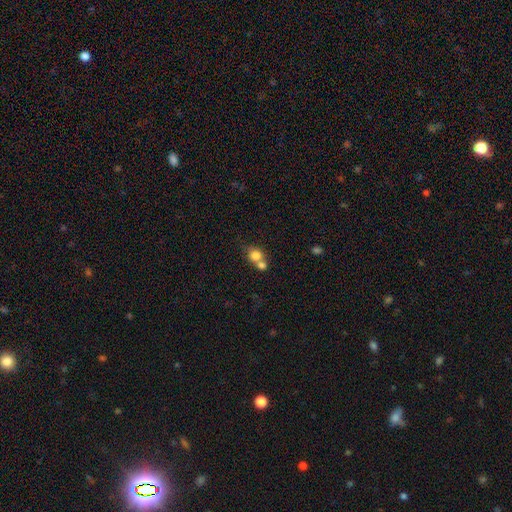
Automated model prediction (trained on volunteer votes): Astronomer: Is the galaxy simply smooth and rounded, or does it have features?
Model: smooth — 78%.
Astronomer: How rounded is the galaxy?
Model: round — 75%.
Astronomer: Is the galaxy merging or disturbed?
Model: merger — 54% (runner-up: none, 35%).